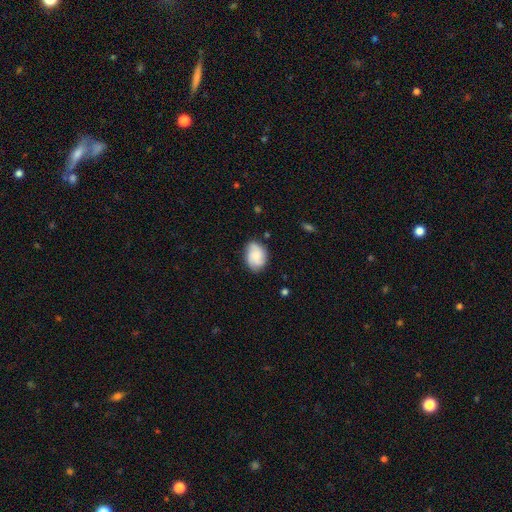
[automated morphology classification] Smooth or featured? Predicted: smooth (p=0.49). Merging? Predicted: none (p=0.76).